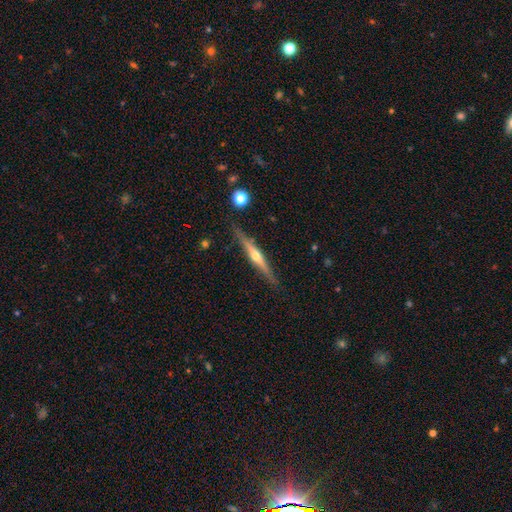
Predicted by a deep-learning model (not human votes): Q: Smooth or featured?
A: featured or disk (74%); runner-up: smooth (20%)
Q: Edge-on disk?
A: yes (98%); runner-up: no (2%)
Q: Edge-on bulge?
A: rounded (87%); runner-up: none (9%)
Q: Merging?
A: none (87%); runner-up: minor disturbance (9%)